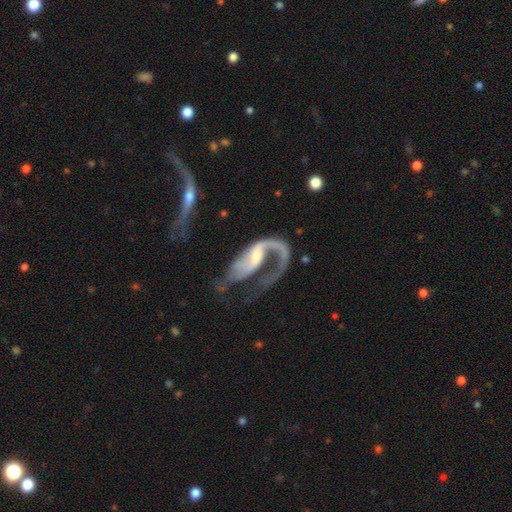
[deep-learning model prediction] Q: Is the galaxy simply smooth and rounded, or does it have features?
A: featured or disk — 83%.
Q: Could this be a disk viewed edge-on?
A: no — 95%.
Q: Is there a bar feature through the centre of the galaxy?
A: weak — 41%.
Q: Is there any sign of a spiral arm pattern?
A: yes — 89%.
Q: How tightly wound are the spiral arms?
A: loose — 63%.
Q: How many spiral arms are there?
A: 1 — 68%.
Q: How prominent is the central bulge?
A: small — 44%.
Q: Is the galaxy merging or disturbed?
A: major disturbance — 54%.